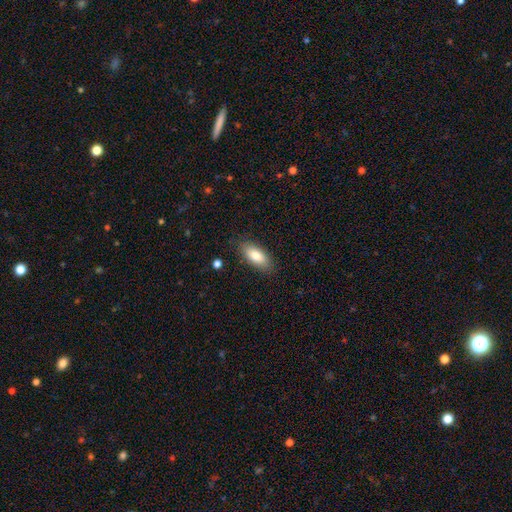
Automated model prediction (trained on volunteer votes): This appears to be a smooth galaxy with no disk features (81%) that is in between round and cigar-shaped (83%). Merging: none (85%).